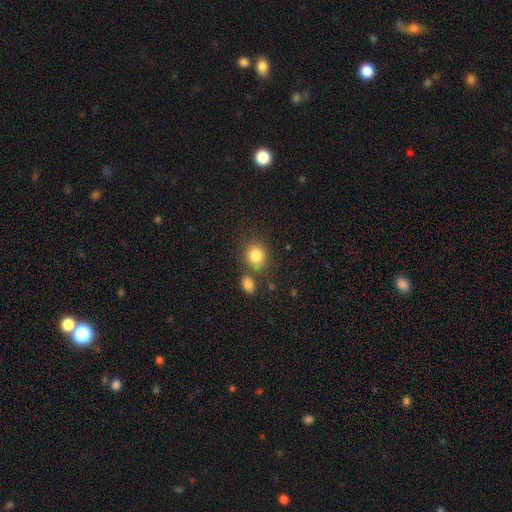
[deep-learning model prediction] Smooth or featured? smooth (83%)
How rounded? round (74%)
Merging? none (71%)